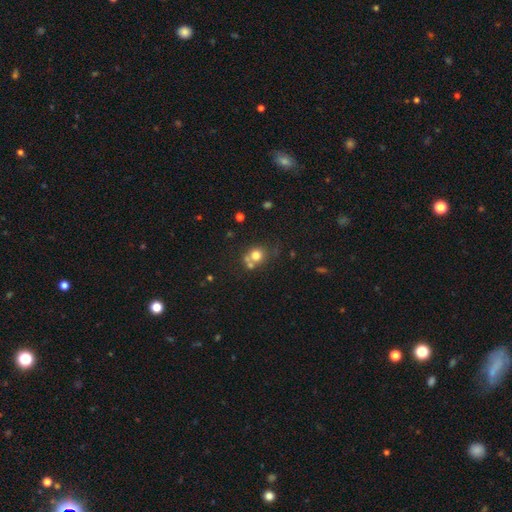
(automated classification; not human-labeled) Smooth or featured?
  - smooth: 73% *
  - star or artifact: 14%
  - featured or disk: 13%
How rounded?
  - round: 81% *
  - in between: 18%
  - cigar-shaped: 1%
Merging?
  - none: 48% *
  - merger: 34%
  - minor disturbance: 12%
  - major disturbance: 6%